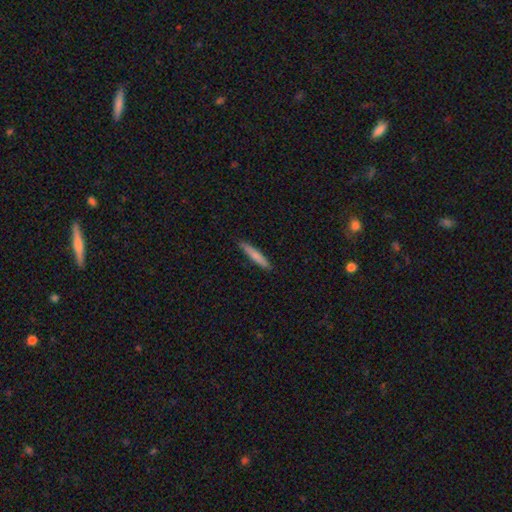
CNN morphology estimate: Smooth or featured? Predicted: smooth (p=0.77). How rounded? Predicted: cigar-shaped (p=0.93). Merging? Predicted: none (p=0.89).